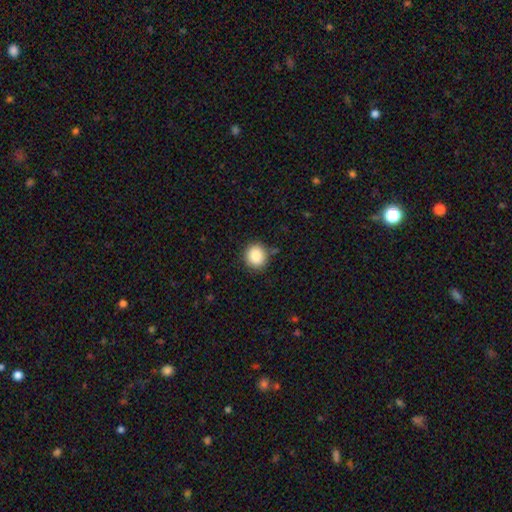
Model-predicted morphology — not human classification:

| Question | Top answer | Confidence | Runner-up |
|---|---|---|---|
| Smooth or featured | smooth | 86% | star or artifact (9%) |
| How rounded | round | 87% | in between (13%) |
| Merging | none | 85% | minor disturbance (10%) |